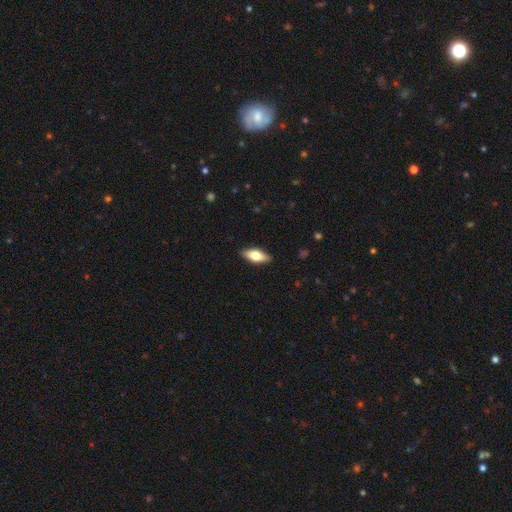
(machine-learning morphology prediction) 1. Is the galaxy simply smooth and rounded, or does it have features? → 68% smooth, 26% featured or disk, 6% star or artifact.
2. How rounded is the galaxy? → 82% in between, 15% cigar-shaped, 3% round.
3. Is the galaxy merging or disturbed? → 88% none, 9% minor disturbance, 2% major disturbance, 1% merger.